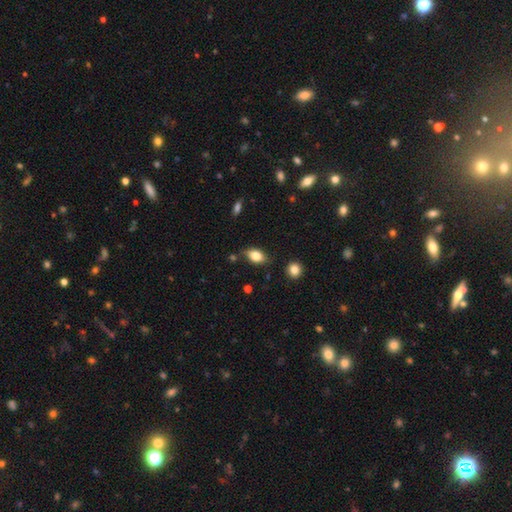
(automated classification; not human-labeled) smooth-or-featured: smooth: 79% | featured or disk: 13% | star or artifact: 8%
  how-rounded: in between: 87% | round: 9% | cigar-shaped: 4%
  merging: none: 76% | minor disturbance: 17% | merger: 3% | major disturbance: 3%